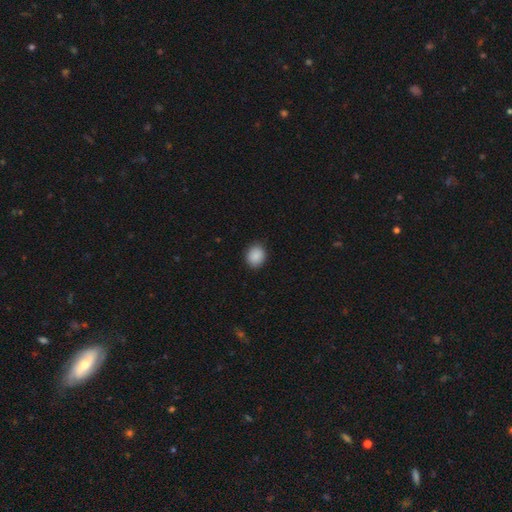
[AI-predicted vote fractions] This appears to be a smooth galaxy with no disk features (89%) that is round (63%). Merging: none (88%).